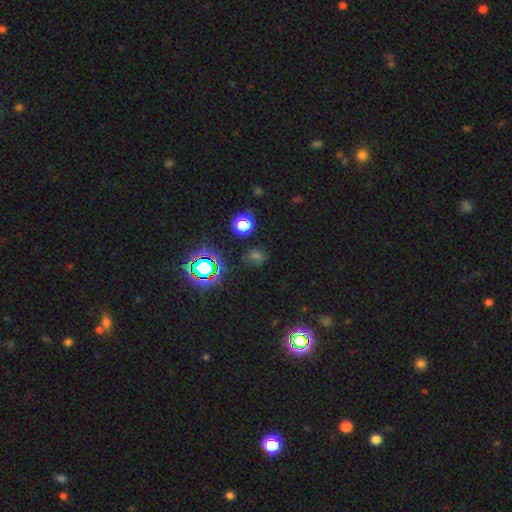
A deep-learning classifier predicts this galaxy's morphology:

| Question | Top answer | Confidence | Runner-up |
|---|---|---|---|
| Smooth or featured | star or artifact | 49% | smooth (43%) |